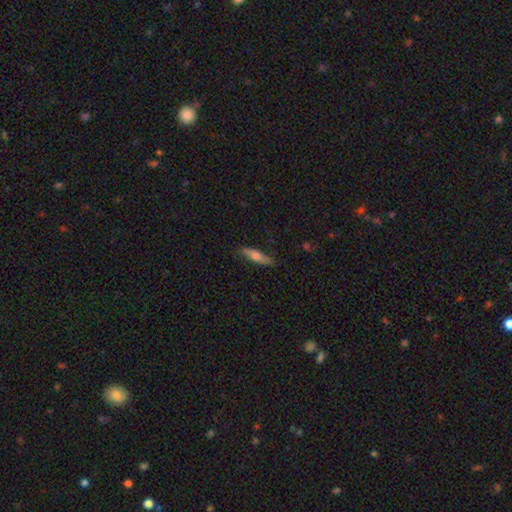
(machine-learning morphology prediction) This is possibly a smooth galaxy (57%). How rounded: likely cigar-shaped (73%). Merging: clearly none (82%).